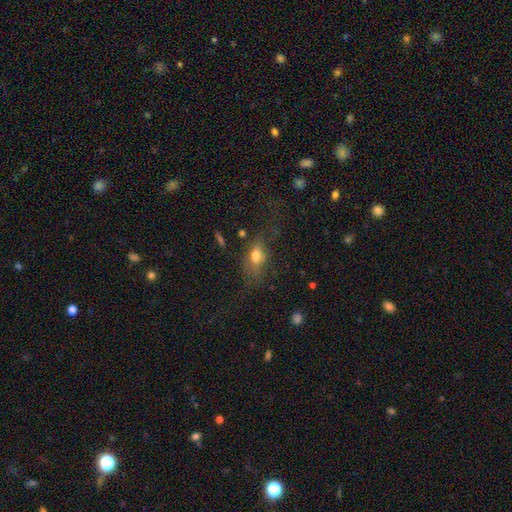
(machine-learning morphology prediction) Overall: smooth (65%). How rounded: in between (77%). Merging: none (48%; major disturbance 25%).